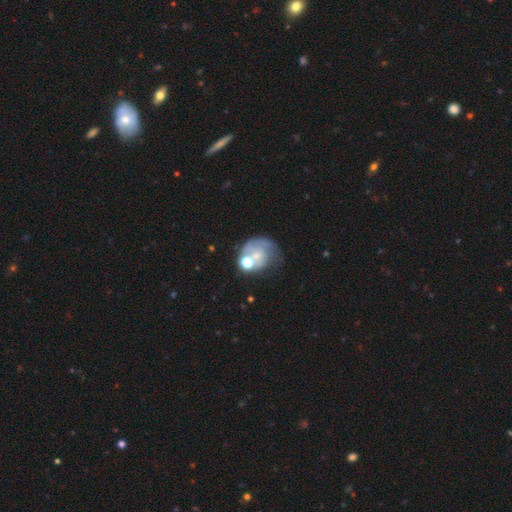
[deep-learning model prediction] The model was most divided on "smooth or featured" (2-way tie): featured or disk: 43%, smooth: 43%, star or artifact: 14%. Remaining: merging — none (32%).